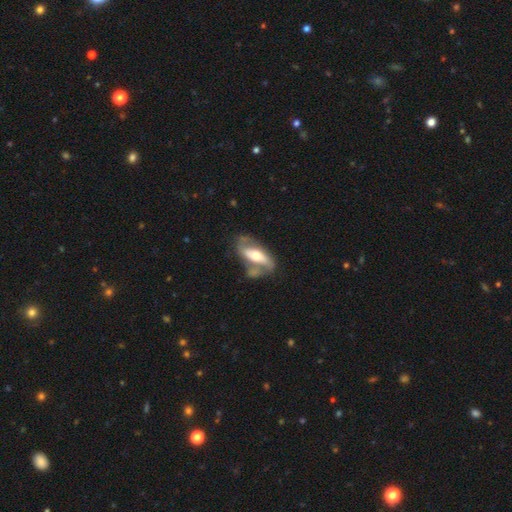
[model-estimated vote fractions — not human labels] Smooth or featured? Predicted: featured or disk (p=0.66). Edge-on disk? Predicted: no (p=0.81). Bar? Predicted: no (p=0.37). Spiral arms? Predicted: yes (p=0.69). Bulge size? Predicted: moderate (p=0.66). Merging? Predicted: none (p=0.48).